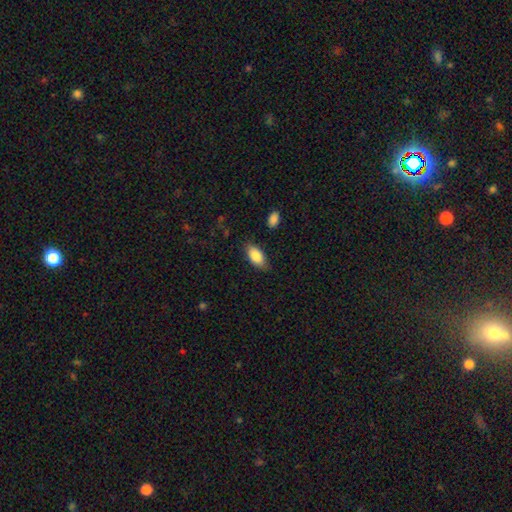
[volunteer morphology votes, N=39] Overall: smooth (95%). How rounded: in between (73%). Merging: none (79%).